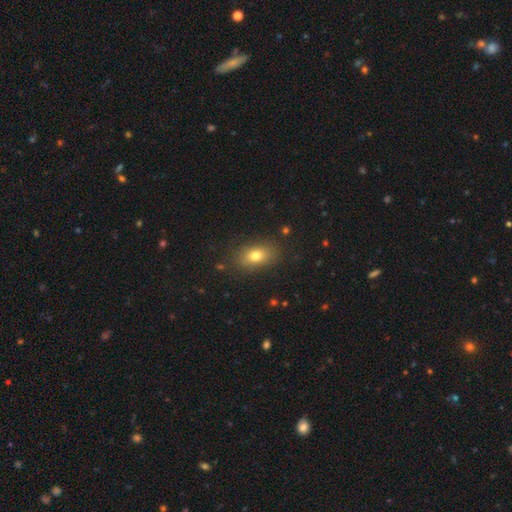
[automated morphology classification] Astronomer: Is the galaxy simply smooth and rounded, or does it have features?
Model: smooth — 77%.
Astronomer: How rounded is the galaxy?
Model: in between — 79%.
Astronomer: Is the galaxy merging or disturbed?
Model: none — 84%.